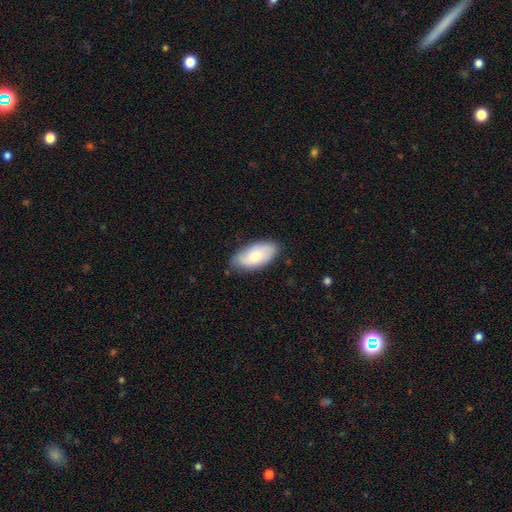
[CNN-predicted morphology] Smooth or featured?
  - smooth: 66% *
  - featured or disk: 29%
  - star or artifact: 6%
How rounded?
  - in between: 93% *
  - cigar-shaped: 4%
  - round: 3%
Merging?
  - none: 77% *
  - minor disturbance: 19%
  - major disturbance: 3%
  - merger: 1%